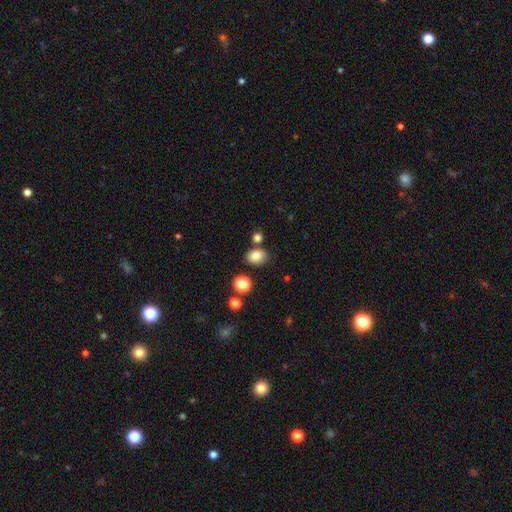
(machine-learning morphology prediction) The model was most divided on "how rounded": in between: 55%, round: 44%, cigar-shaped: 1%. More confident: smooth or featured — smooth (81%); merging — none (76%).